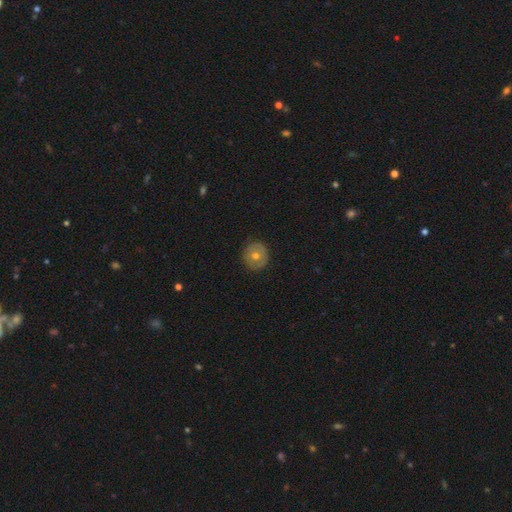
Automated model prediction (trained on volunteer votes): Morphology: type=smooth (58%); roundness=round (91%); merging=none (89%).